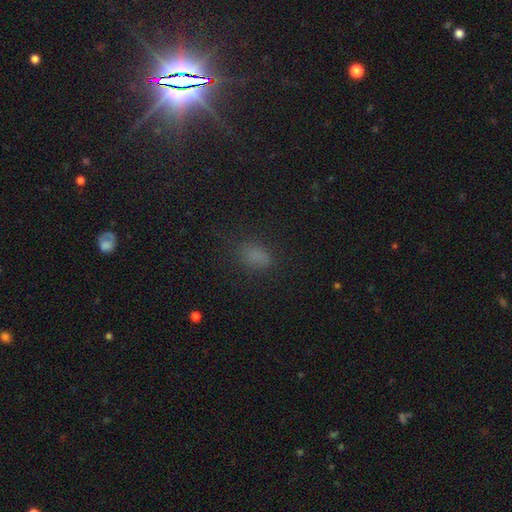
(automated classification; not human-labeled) The model was most divided on "smooth or featured": smooth: 75%, star or artifact: 19%, featured or disk: 6%. More confident: how rounded — in between (81%); merging — none (76%).